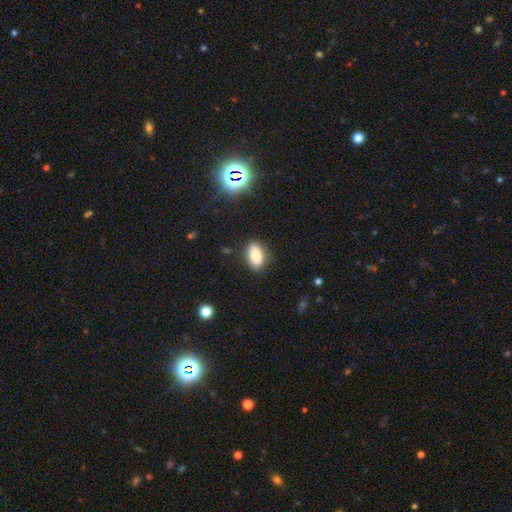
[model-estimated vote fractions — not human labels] A smooth galaxy with no disk features (82%) that is in between round and cigar-shaped (89%).

Vote fractions:
- Smooth or featured? smooth: 82% / featured or disk: 9% / star or artifact: 9%
- How rounded? in between: 89% / round: 6% / cigar-shaped: 5%
- Merging? none: 78% / minor disturbance: 16% / major disturbance: 3% / merger: 2%